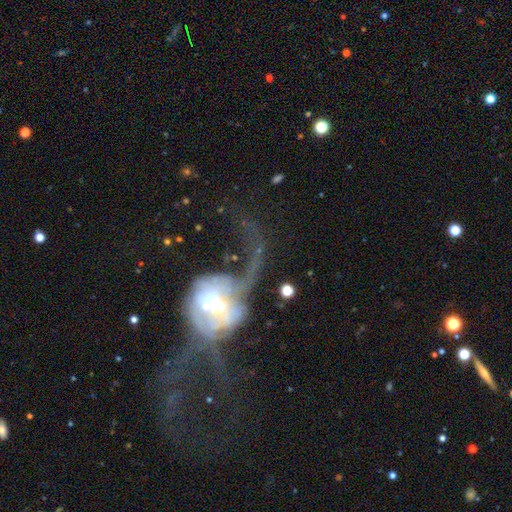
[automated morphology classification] featured or disk 74%, smooth 15%, star or artifact 10%. Down the decision tree: edge-on disk — no (94%); bar — no (58%); spiral arms — yes (71%); bulge size — moderate (51%); merging — major disturbance (56%).